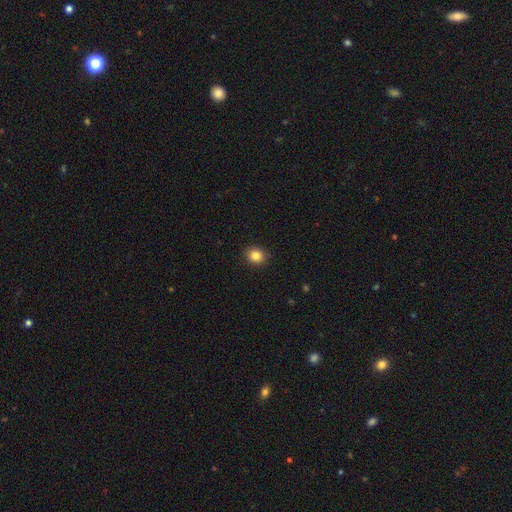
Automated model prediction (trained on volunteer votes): Morphology: type=smooth (85%); roundness=round (74%); merging=none (91%).